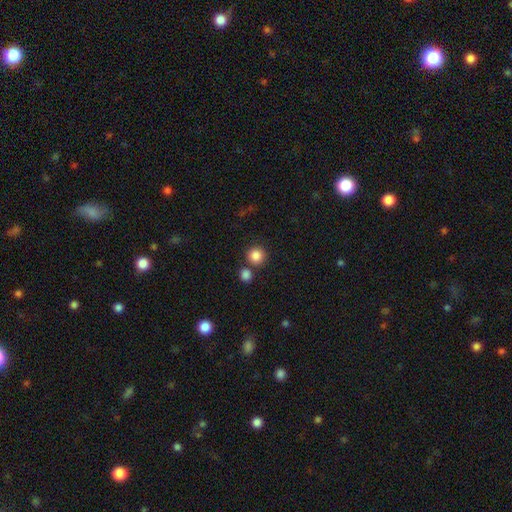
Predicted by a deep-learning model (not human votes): A smooth galaxy with no disk features (85%) that is round (93%). Merging: none (76%).